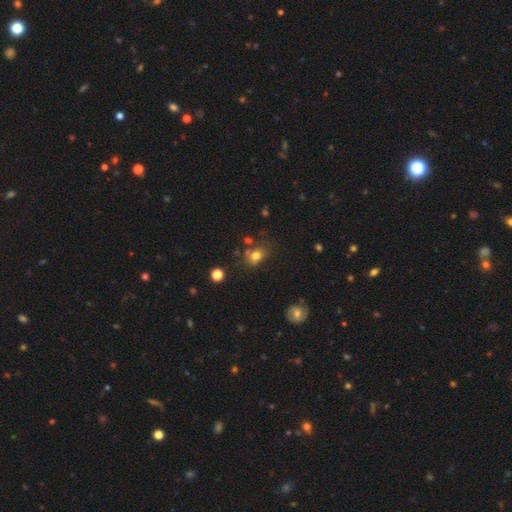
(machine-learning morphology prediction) A smooth galaxy with no disk features (76%) that is in between round and cigar-shaped (53%).

Vote fractions:
- Smooth or featured? smooth: 76% / star or artifact: 14% / featured or disk: 10%
- How rounded? in between: 53% / round: 46% / cigar-shaped: 1%
- Merging? none: 64% / minor disturbance: 18% / merger: 12% / major disturbance: 6%